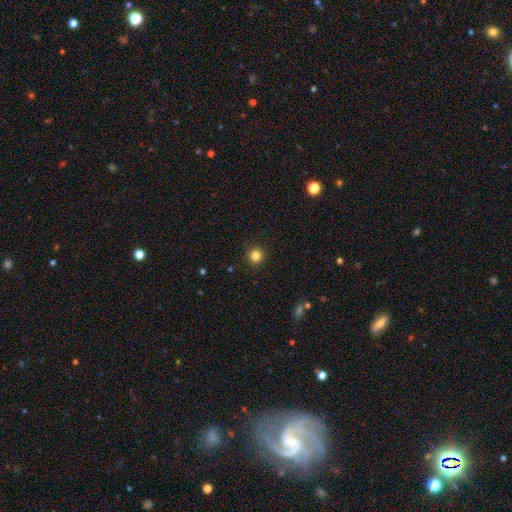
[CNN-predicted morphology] smooth 84%, star or artifact 12%, featured or disk 4%. Down the decision tree: how rounded — round (94%); merging — none (91%).